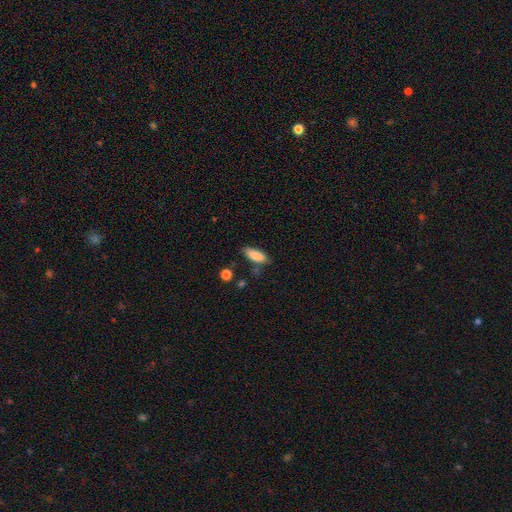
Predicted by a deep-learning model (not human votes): Smooth or featured? Predicted: smooth (p=0.87). How rounded? Predicted: in between (p=0.71). Merging? Predicted: none (p=0.74).